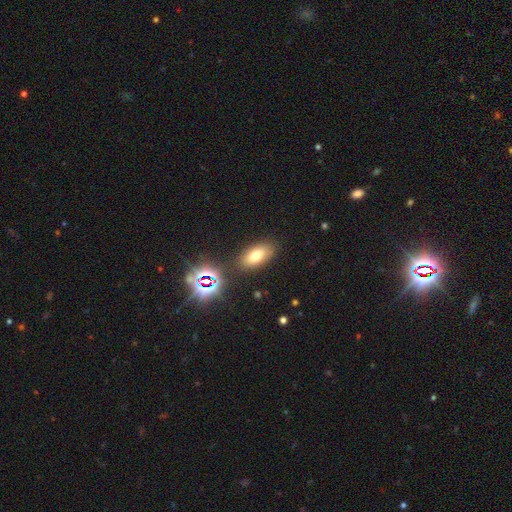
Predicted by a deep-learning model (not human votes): A smooth galaxy with no disk features (68%) that is in between round and cigar-shaped (86%). Merging: none (83%).